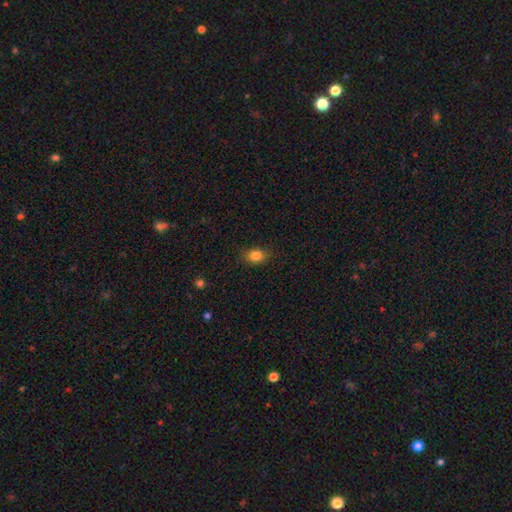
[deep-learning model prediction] Smooth or featured?
  - smooth: 84% *
  - star or artifact: 11%
  - featured or disk: 5%
How rounded?
  - in between: 62% *
  - round: 37%
  - cigar-shaped: 2%
Merging?
  - none: 84% *
  - minor disturbance: 12%
  - major disturbance: 3%
  - merger: 1%